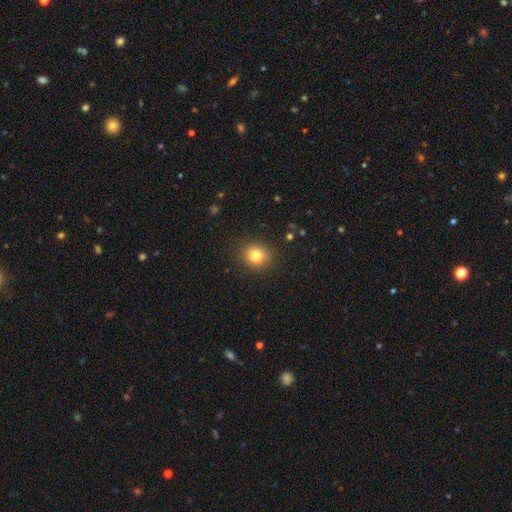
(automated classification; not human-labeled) A smooth galaxy with no disk features (80%) that is round (75%). Merging: none (88%).